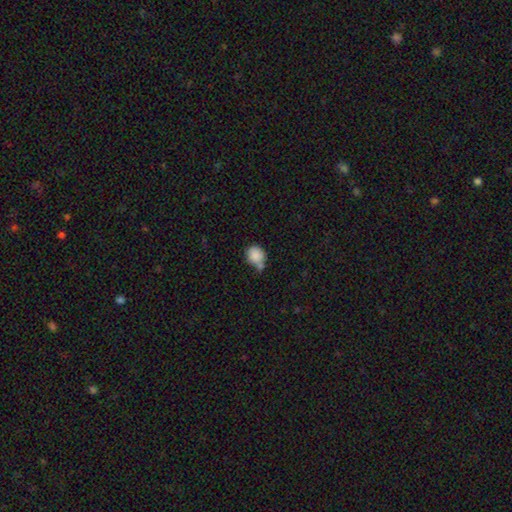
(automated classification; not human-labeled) A smooth galaxy with no disk features (85%) that is round (74%). Merging: none (41%).